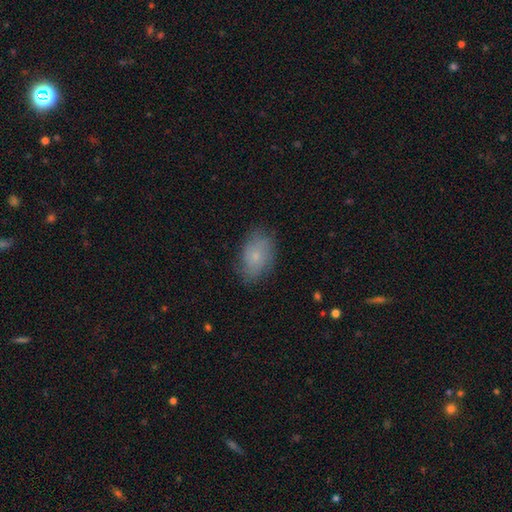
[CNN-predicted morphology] smooth 68%, featured or disk 23%, star or artifact 8%. Down the decision tree: how rounded — in between (87%); merging — none (74%).